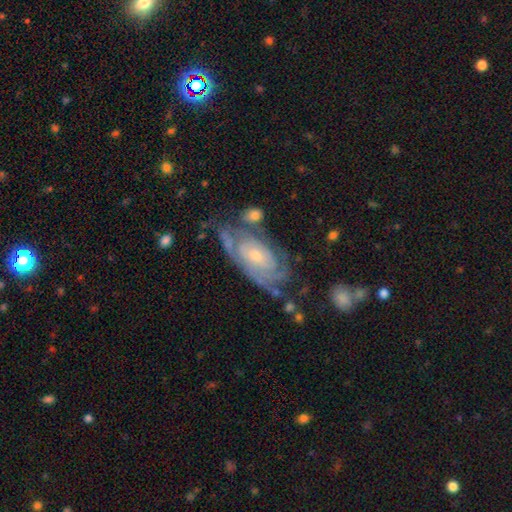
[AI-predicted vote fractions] The model was most divided on "spiral arm count": can't tell: 45%, 2: 27%, 3: 13%, 4: 6%, 1: 5%, more than 4: 4%. More confident: edge-on disk — no (94%); spiral arms — yes (91%); smooth or featured — featured or disk (79%); bar — no (71%); spiral winding — tight (69%); bulge size — small (58%); merging — none (54%).